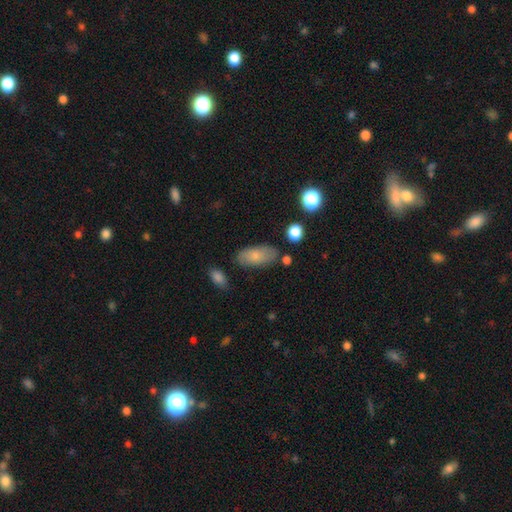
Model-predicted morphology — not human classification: Smooth or featured? smooth (77%)
How rounded? in between (89%)
Merging? none (77%)